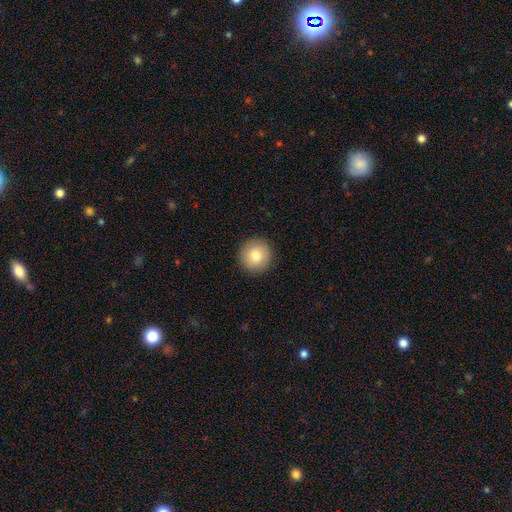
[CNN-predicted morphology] A smooth galaxy with no disk features (81%) that is round (95%). Merging: none (92%).